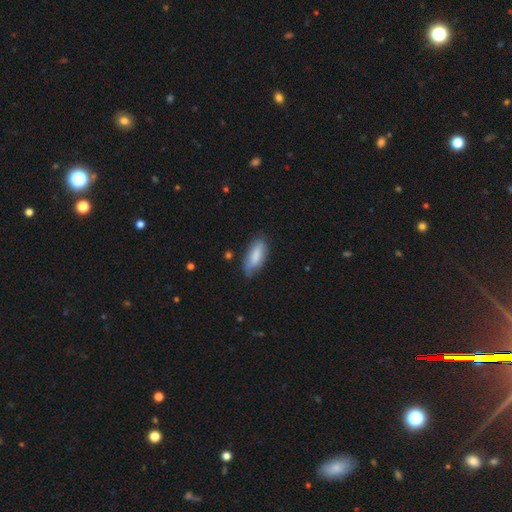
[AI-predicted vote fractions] A smooth galaxy with no disk features (80%) that is in between round and cigar-shaped (76%).

Vote fractions:
- Smooth or featured? smooth: 80% / featured or disk: 14% / star or artifact: 6%
- How rounded? in between: 76% / cigar-shaped: 23% / round: 2%
- Merging? none: 69% / minor disturbance: 24% / major disturbance: 5% / merger: 2%